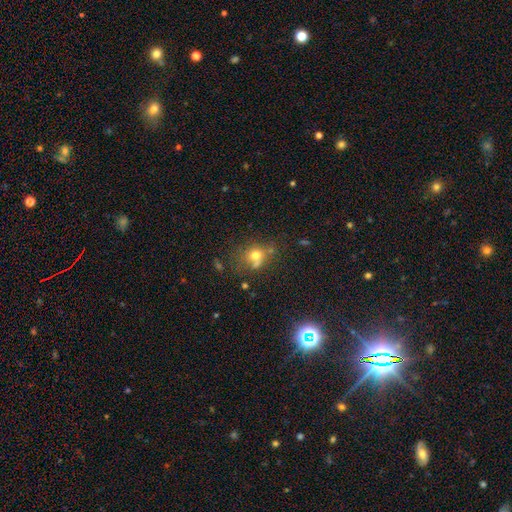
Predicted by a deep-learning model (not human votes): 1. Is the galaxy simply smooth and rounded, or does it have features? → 68% smooth, 17% star or artifact, 16% featured or disk.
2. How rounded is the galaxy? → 70% round, 29% in between, 1% cigar-shaped.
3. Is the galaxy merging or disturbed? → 50% none, 23% merger, 17% minor disturbance, 10% major disturbance.